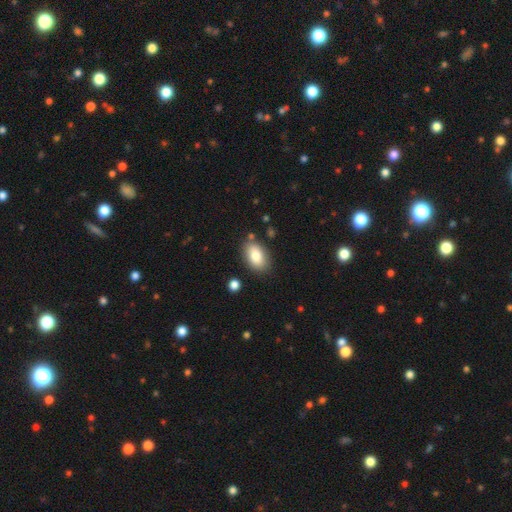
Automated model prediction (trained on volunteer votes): Smooth or featured? Predicted: smooth (p=0.83). How rounded? Predicted: in between (p=0.91). Merging? Predicted: none (p=0.82).